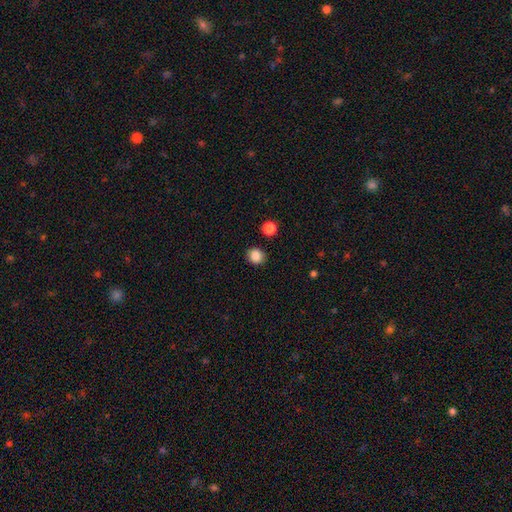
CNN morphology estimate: type=smooth (86%); roundness=round (77%); merging=none (88%).